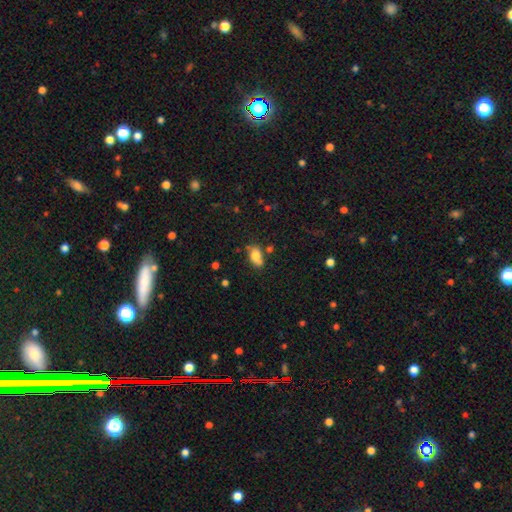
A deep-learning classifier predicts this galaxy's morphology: smooth_or_featured: smooth (p=0.76) [alt: featured or disk p=0.15]
how_rounded: in between (p=0.86) [alt: round p=0.09]
merging: none (p=0.59) [alt: minor disturbance p=0.23]